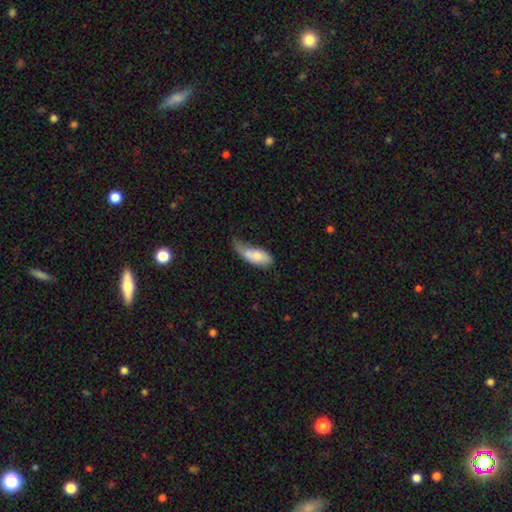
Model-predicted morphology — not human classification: Overall: smooth (73%). How rounded: in between (81%). Merging: minor disturbance (36%; major disturbance 30%).